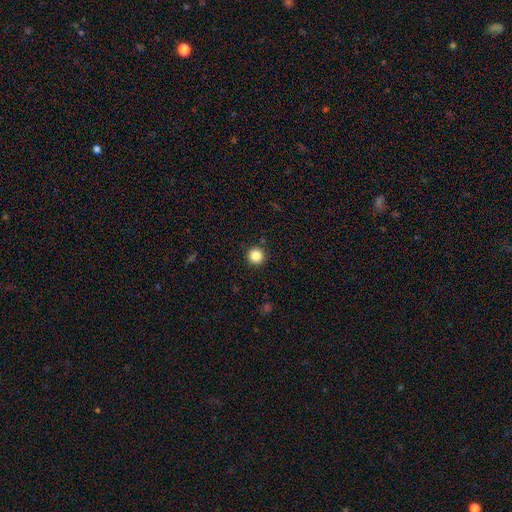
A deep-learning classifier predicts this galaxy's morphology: Smooth or featured: smooth — 85% (star or artifact — 11%)
How rounded: round — 96% (in between — 3%)
Merging: none — 92% (minor disturbance — 5%)